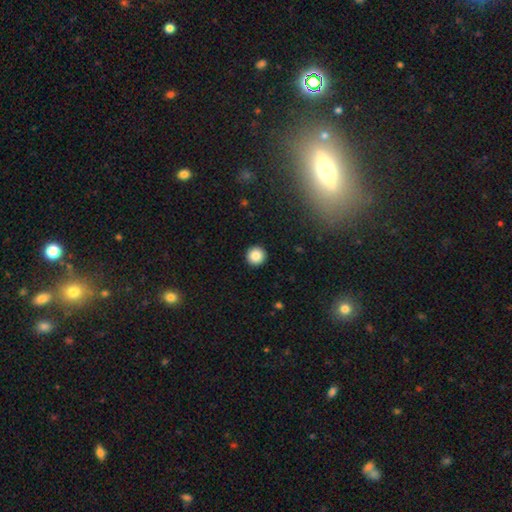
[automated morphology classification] Smooth or featured?
  - smooth: 87% *
  - star or artifact: 9%
  - featured or disk: 4%
How rounded?
  - round: 96% *
  - in between: 3%
  - cigar-shaped: 1%
Merging?
  - none: 93% *
  - minor disturbance: 4%
  - major disturbance: 2%
  - merger: 1%